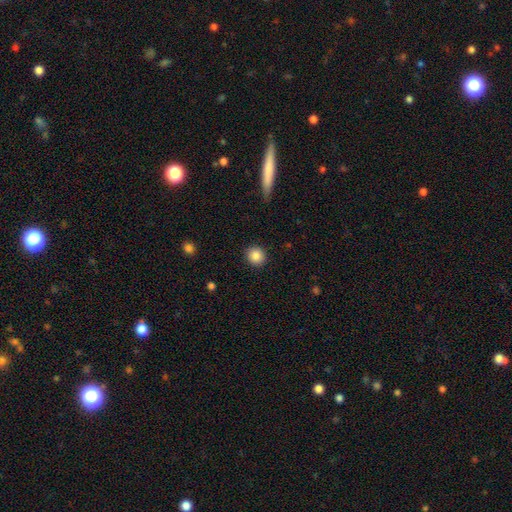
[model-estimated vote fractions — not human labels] Morphology: type=smooth (86%); roundness=round (90%); merging=none (91%).